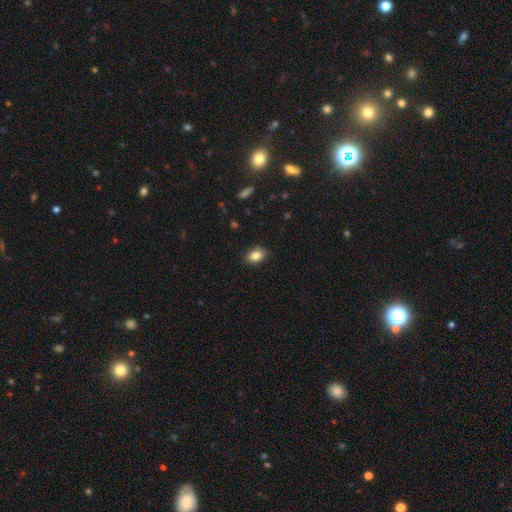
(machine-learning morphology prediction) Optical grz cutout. It shows a smooth galaxy with no disk features (84%) that is in between round and cigar-shaped (80%). Merging: none (87%).